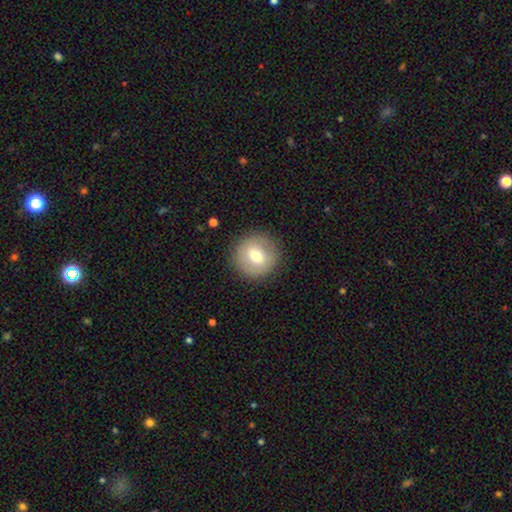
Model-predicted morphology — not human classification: This is likely a smooth galaxy (66%). How rounded: clearly round (94%). Merging: clearly none (88%).